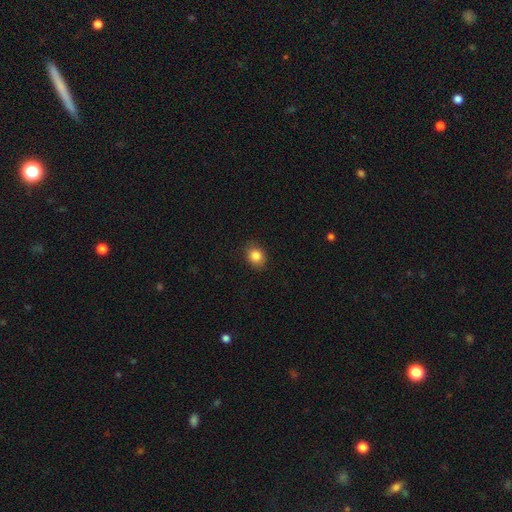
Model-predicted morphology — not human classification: A smooth galaxy with no disk features (85%) that is round (50%). Merging: none (86%).